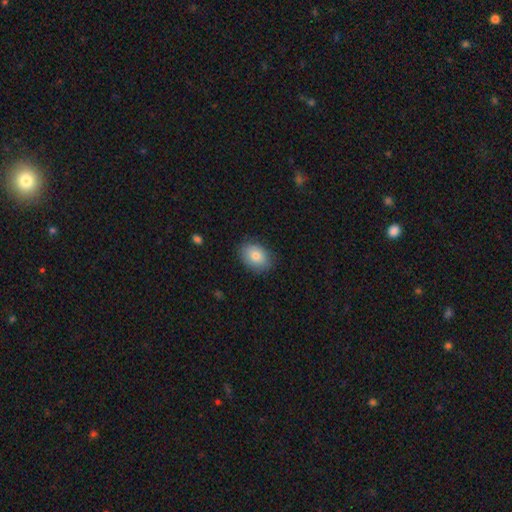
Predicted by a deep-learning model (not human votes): smooth 82%, featured or disk 11%, star or artifact 8%. Down the decision tree: how rounded — in between (74%); merging — none (85%).